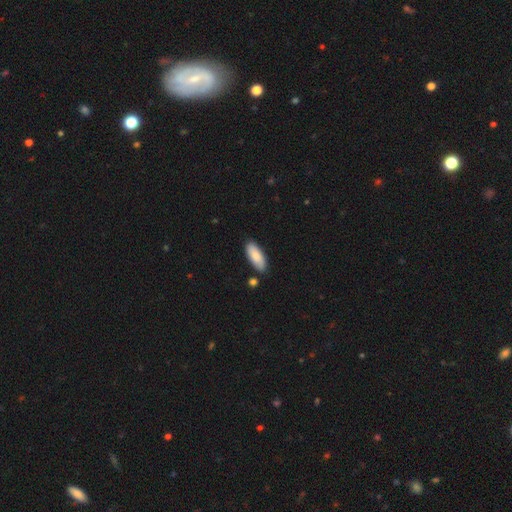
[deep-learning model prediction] Smooth or featured: smooth — 86% (featured or disk — 8%)
How rounded: in between — 77% (cigar-shaped — 21%)
Merging: none — 83% (minor disturbance — 11%)